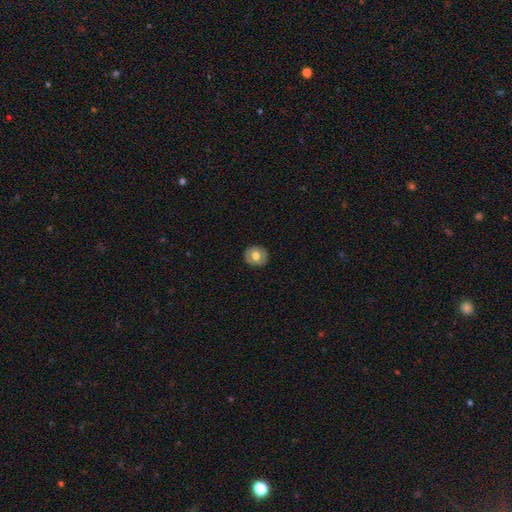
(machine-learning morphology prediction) smooth 63%, featured or disk 29%, star or artifact 7%. Down the decision tree: how rounded — round (83%); merging — none (89%).